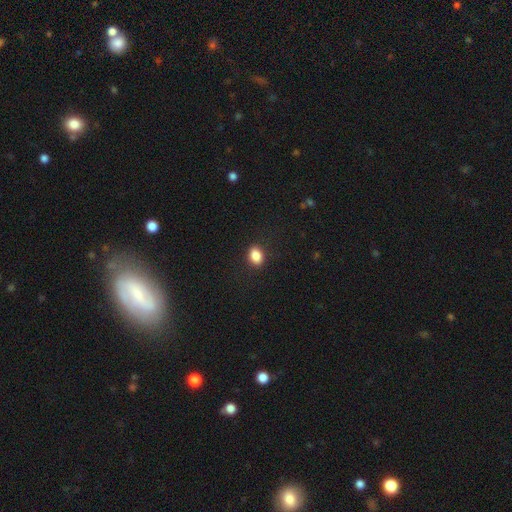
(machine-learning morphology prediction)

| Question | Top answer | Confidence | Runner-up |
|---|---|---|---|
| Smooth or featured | smooth | 87% | star or artifact (9%) |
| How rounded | in between | 76% | round (22%) |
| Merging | none | 89% | minor disturbance (8%) |